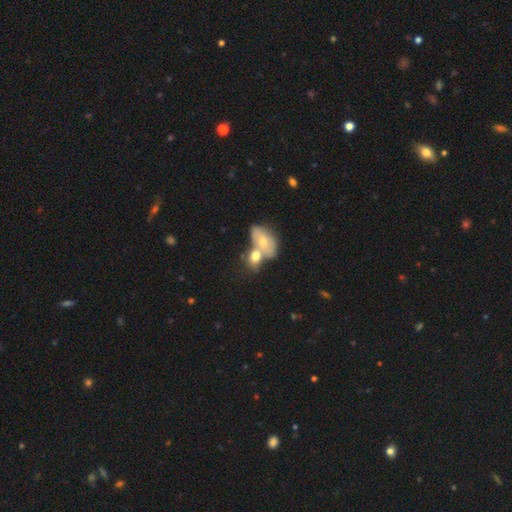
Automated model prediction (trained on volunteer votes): smooth-or-featured: smooth: 62% | featured or disk: 29% | star or artifact: 9%
  how-rounded: in between: 75% | round: 22% | cigar-shaped: 3%
  merging: merger: 65% | none: 22% | minor disturbance: 9% | major disturbance: 5%